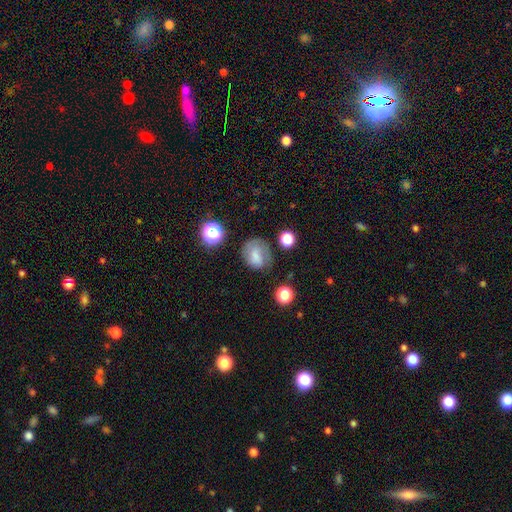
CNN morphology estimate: Smooth or featured? Predicted: smooth (p=0.58). How rounded? Predicted: round (p=0.57). Merging? Predicted: none (p=0.52).